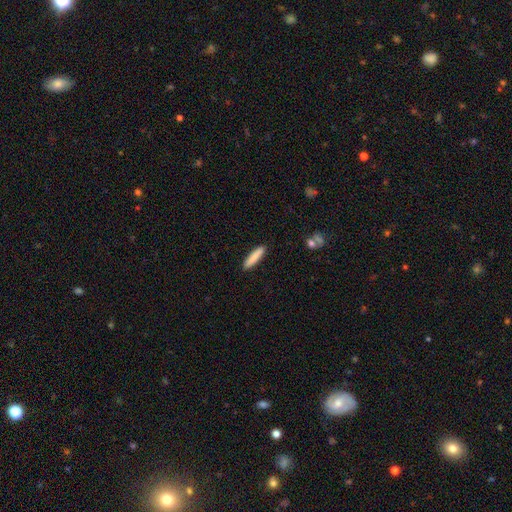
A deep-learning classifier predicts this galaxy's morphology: type=smooth (85%); roundness=cigar-shaped (87%); merging=none (90%).